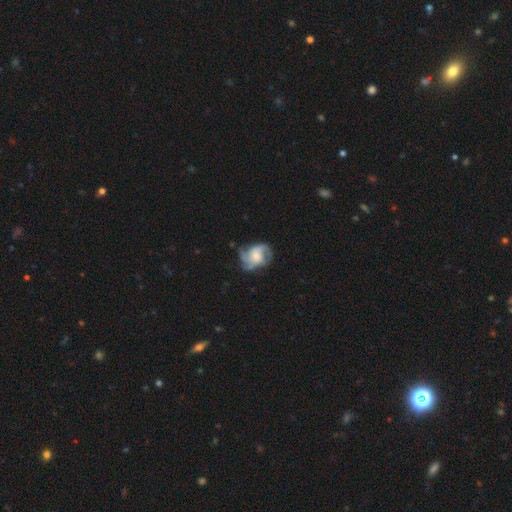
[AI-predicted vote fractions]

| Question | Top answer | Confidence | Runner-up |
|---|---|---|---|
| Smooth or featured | featured or disk | 81% | smooth (13%) |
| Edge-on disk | no | 98% | yes (2%) |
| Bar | no | 66% | weak (28%) |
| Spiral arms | yes | 95% | no (5%) |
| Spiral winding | medium | 49% | tight (30%) |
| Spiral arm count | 3 | 45% | 2 (22%) |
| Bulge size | moderate | 48% | small (37%) |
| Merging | none | 63% | minor disturbance (22%) |